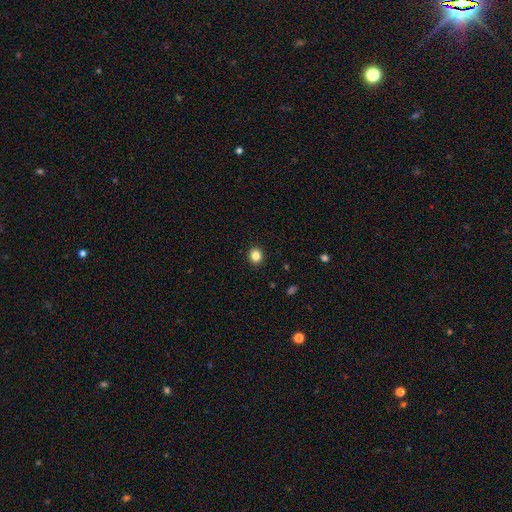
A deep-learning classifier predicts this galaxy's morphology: Q: Smooth or featured?
A: smooth (84%); runner-up: star or artifact (12%)
Q: How rounded?
A: round (81%); runner-up: in between (18%)
Q: Merging?
A: none (92%); runner-up: minor disturbance (5%)